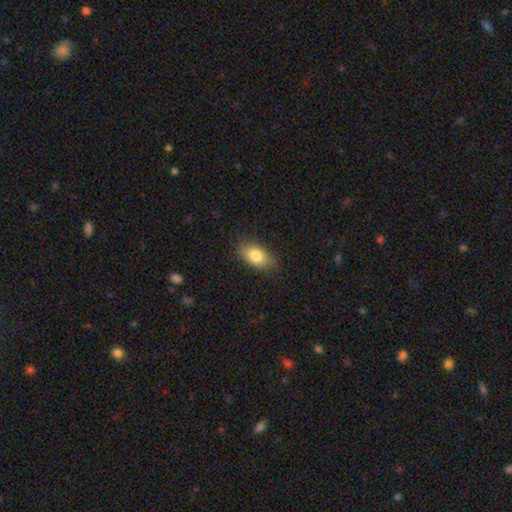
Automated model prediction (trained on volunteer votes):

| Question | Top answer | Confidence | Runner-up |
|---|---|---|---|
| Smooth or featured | smooth | 80% | featured or disk (12%) |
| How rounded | in between | 88% | round (8%) |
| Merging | none | 80% | minor disturbance (15%) |